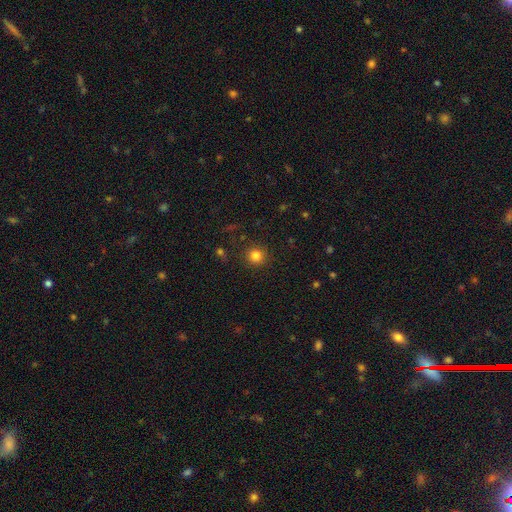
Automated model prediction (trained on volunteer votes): Smooth or featured? smooth (83%)
How rounded? round (92%)
Merging? none (88%)